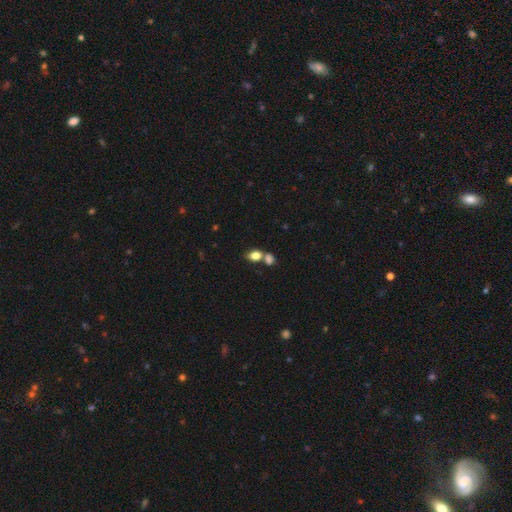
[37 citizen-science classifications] Smooth or featured: smooth — 89% (featured or disk — 5%)
How rounded: in between — 70% (round — 30%)
Merging: merger — 54% (none — 40%)